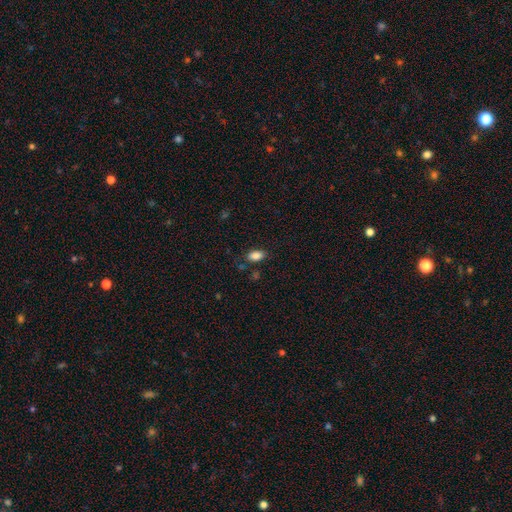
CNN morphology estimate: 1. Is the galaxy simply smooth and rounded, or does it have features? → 86% smooth, 9% star or artifact, 5% featured or disk.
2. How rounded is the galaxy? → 91% in between, 6% round, 3% cigar-shaped.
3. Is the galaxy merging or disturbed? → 79% none, 14% minor disturbance, 4% major disturbance, 3% merger.